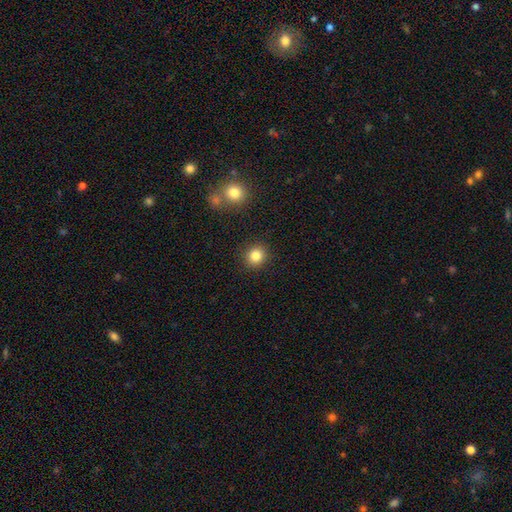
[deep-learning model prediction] smooth-or-featured: smooth: 84% | star or artifact: 11% | featured or disk: 5%
  how-rounded: round: 85% | in between: 14% | cigar-shaped: 1%
  merging: none: 89% | minor disturbance: 6% | merger: 2% | major disturbance: 2%